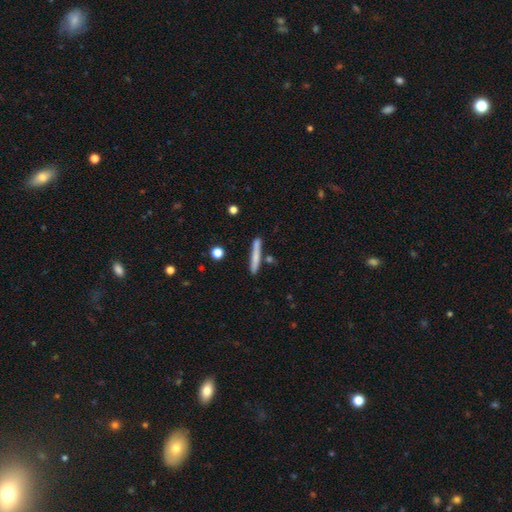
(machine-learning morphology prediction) This is likely a smooth galaxy (67%). How rounded: clearly cigar-shaped (94%). Merging: likely none (79%).